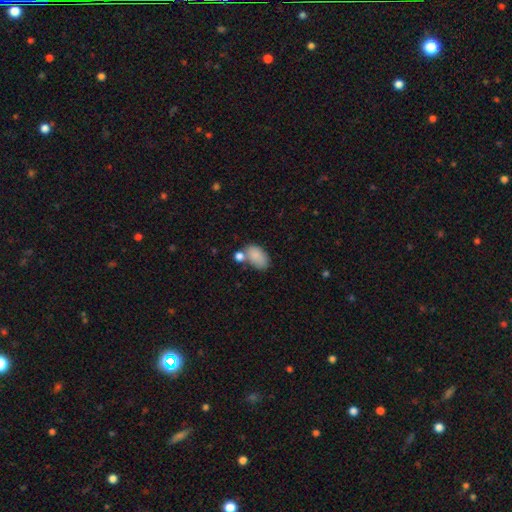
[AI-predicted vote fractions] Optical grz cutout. It shows a smooth galaxy with no disk features (85%) that is in between round and cigar-shaped (92%). Merging: none (51%).